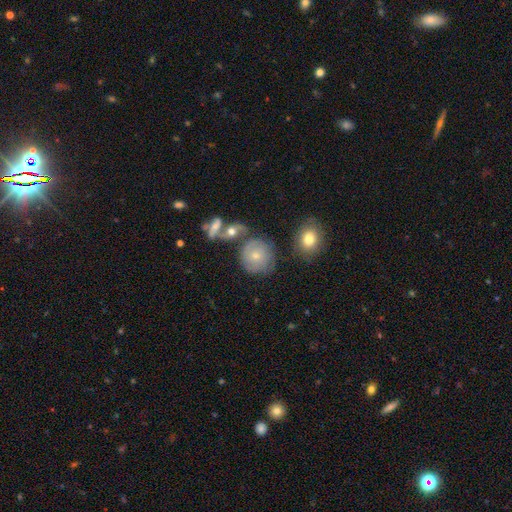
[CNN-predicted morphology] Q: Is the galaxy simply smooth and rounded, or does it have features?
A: smooth — 53%.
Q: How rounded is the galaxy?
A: round — 85%.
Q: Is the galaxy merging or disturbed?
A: none — 59%.